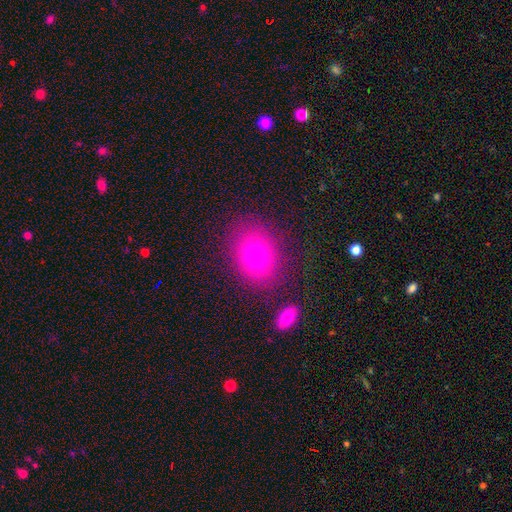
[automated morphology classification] A smooth galaxy with no disk features (74%) that is in between round and cigar-shaped (59%). Merging: none (80%).